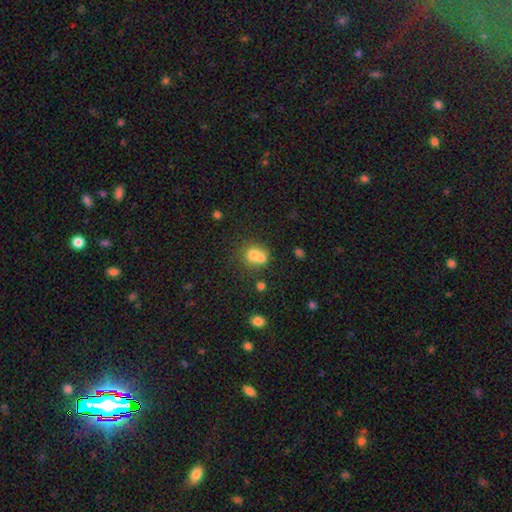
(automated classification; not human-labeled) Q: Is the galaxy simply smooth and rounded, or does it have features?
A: smooth — 70%.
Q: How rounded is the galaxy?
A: round — 70%.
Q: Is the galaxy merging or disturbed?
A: merger — 61%.